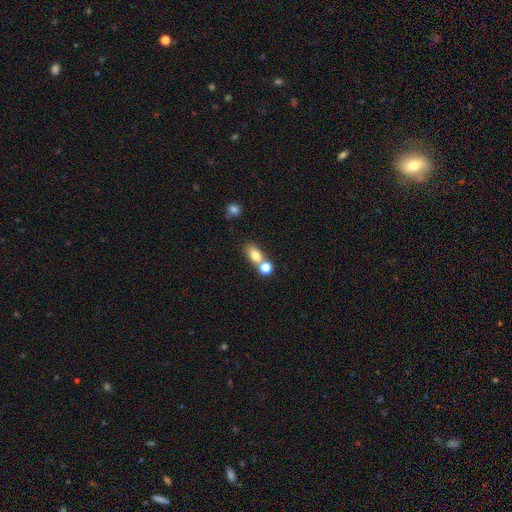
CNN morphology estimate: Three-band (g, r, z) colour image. It shows a smooth galaxy with no disk features (78%) that is in between round and cigar-shaped (72%). Merging: none (44%).